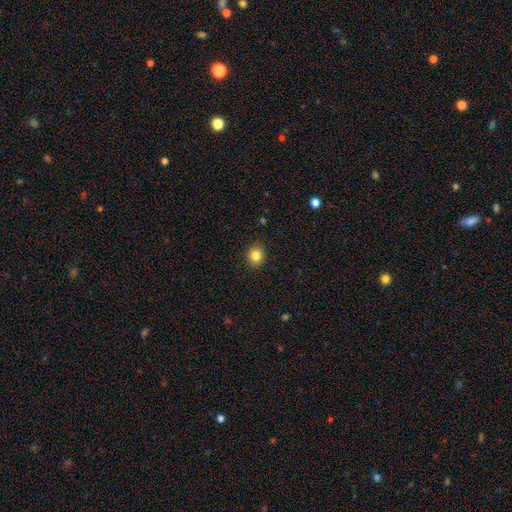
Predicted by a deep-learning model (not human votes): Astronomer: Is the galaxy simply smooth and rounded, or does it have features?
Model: smooth — 83%.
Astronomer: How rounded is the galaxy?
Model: round — 77%.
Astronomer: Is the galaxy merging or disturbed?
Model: none — 91%.